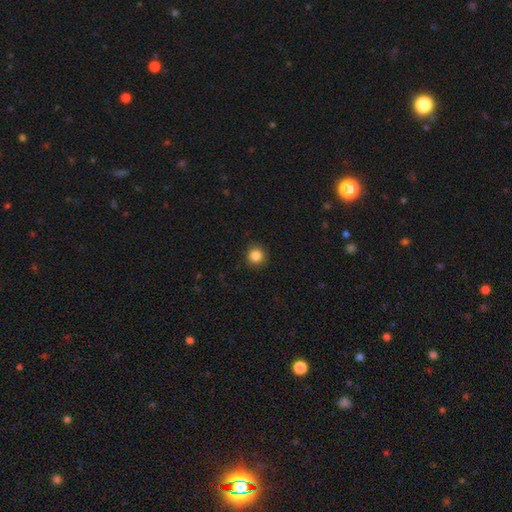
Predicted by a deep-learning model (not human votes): Smooth or featured: smooth — 86% (star or artifact — 11%)
How rounded: round — 94% (in between — 5%)
Merging: none — 91% (minor disturbance — 6%)